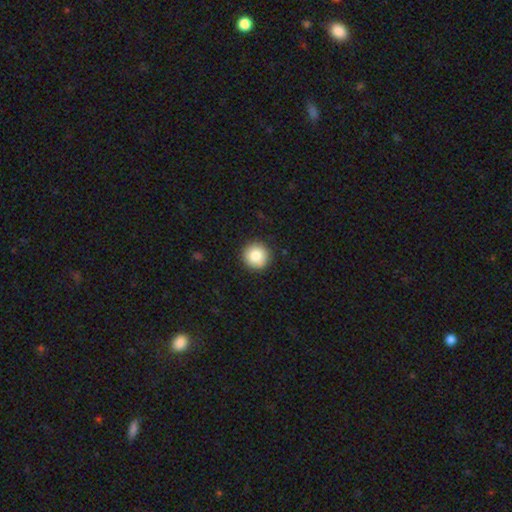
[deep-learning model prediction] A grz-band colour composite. It shows a smooth galaxy with no disk features (85%) that is round (96%). Merging: none (91%).